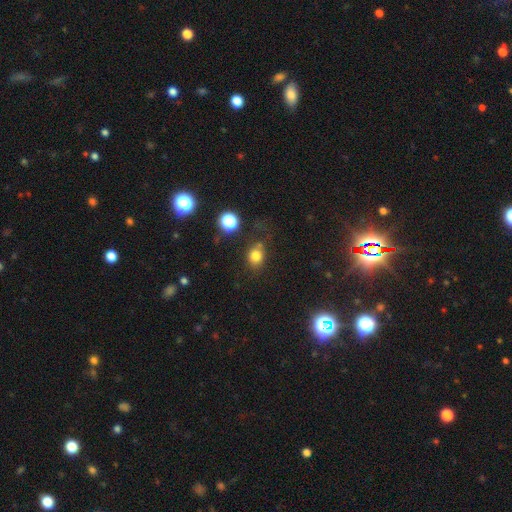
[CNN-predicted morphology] The model was most divided on "how rounded": round: 66%, in between: 33%, cigar-shaped: 1%. More confident: smooth or featured — smooth (78%); merging — none (67%).